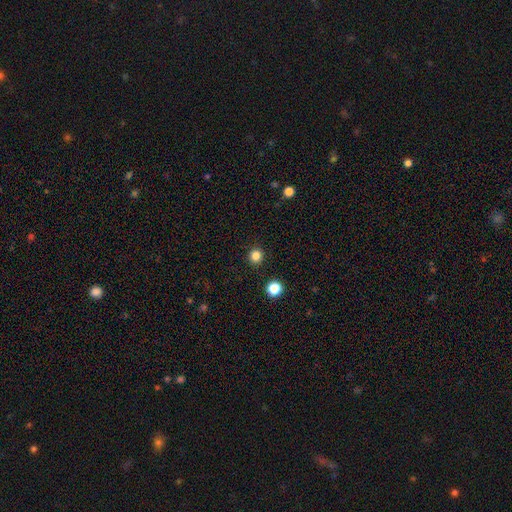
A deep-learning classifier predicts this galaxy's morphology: A smooth galaxy with no disk features (82%) that is round (93%).

Vote fractions:
- Smooth or featured? smooth: 82% / star or artifact: 14% / featured or disk: 4%
- How rounded? round: 93% / in between: 6% / cigar-shaped: 1%
- Merging? none: 93% / minor disturbance: 4% / major disturbance: 2% / merger: 1%